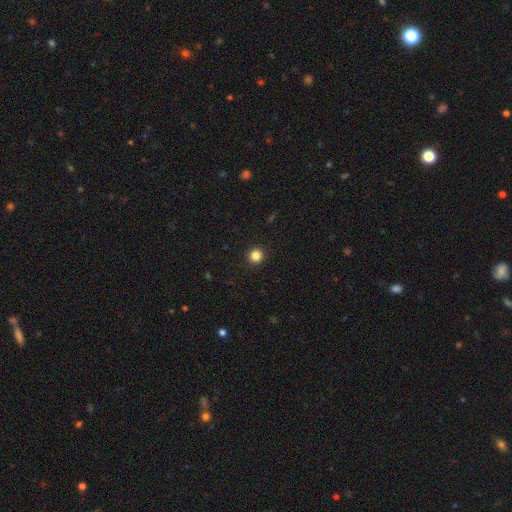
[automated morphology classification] Smooth or featured? smooth (84%)
How rounded? round (94%)
Merging? none (93%)